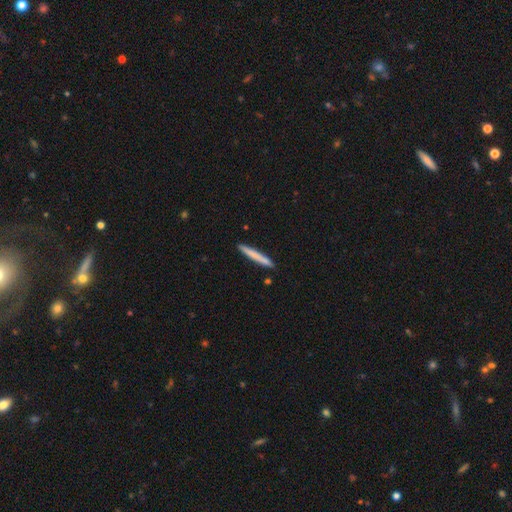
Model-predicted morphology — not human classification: A smooth galaxy with no disk features (73%) that is cigar-shaped (97%). Merging: none (90%).